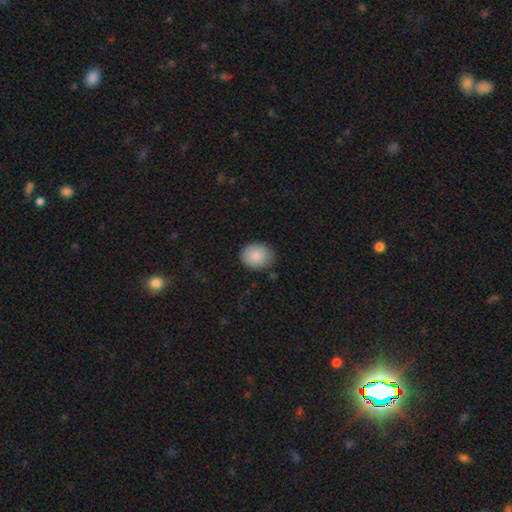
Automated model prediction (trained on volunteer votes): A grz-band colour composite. It shows a smooth galaxy with no disk features (88%) that is round (52%). Merging: none (82%).